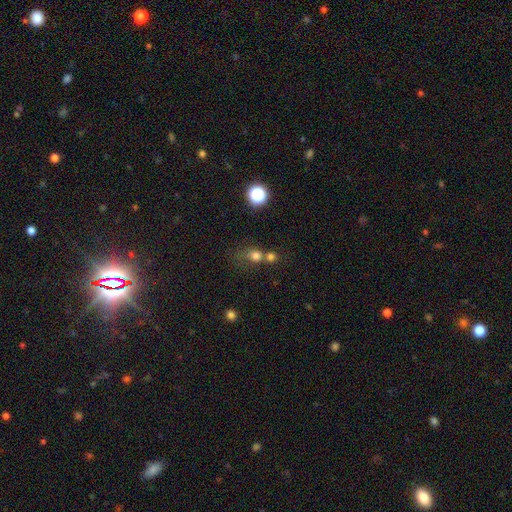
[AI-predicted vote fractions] Overall: smooth (73%). How rounded: round (74%). Merging: merger (47%; none 36%).